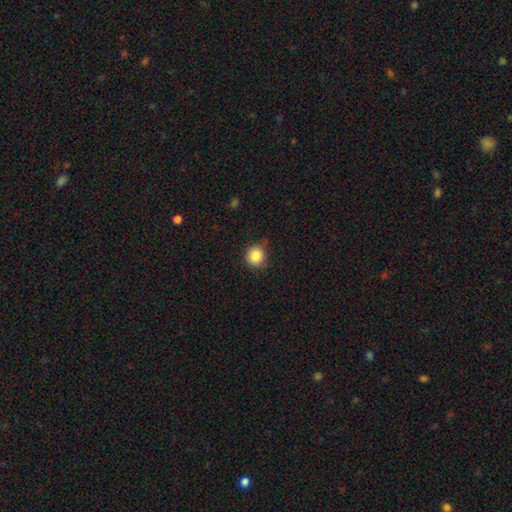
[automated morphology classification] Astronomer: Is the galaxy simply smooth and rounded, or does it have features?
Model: smooth — 85%.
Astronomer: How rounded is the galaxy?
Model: round — 92%.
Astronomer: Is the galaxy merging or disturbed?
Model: none — 79%.